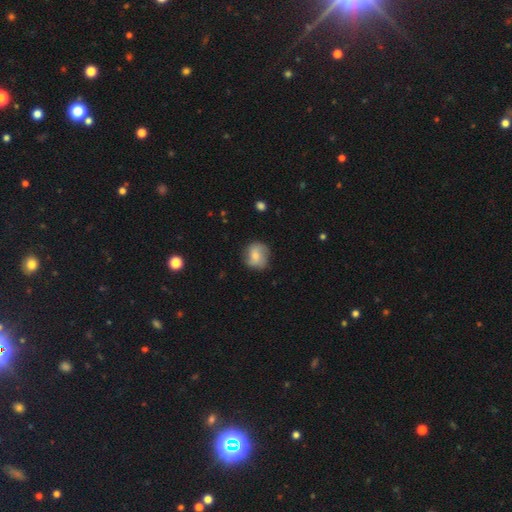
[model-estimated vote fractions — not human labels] Q: Smooth or featured?
A: smooth (60%); runner-up: featured or disk (32%)
Q: How rounded?
A: round (80%); runner-up: in between (19%)
Q: Merging?
A: none (73%); runner-up: minor disturbance (20%)